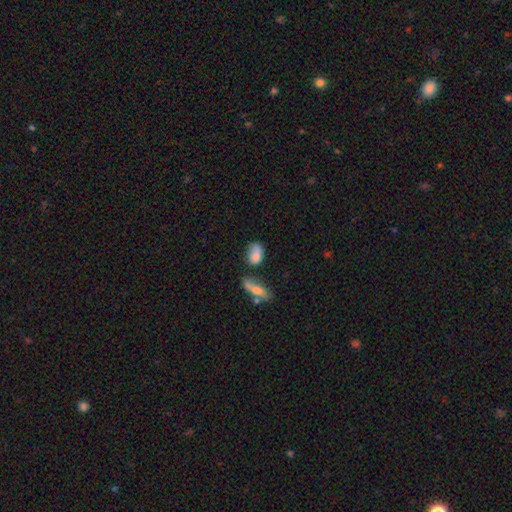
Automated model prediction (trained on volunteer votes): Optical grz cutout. It shows a smooth galaxy with no disk features (77%) that is in between round and cigar-shaped (83%). Merging: none (45%).